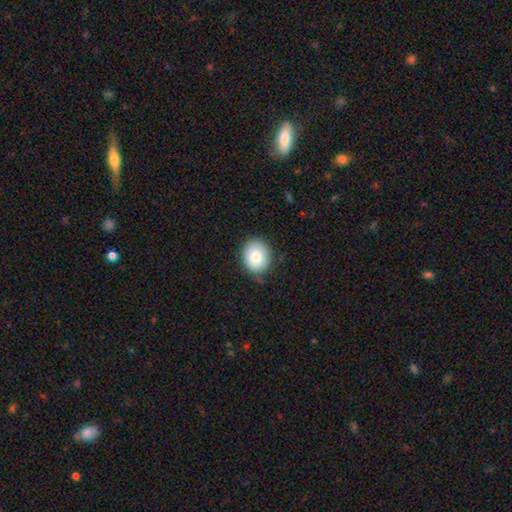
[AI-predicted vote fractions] smooth 82%, featured or disk 10%, star or artifact 8%. Down the decision tree: how rounded — round (58%); merging — none (82%).